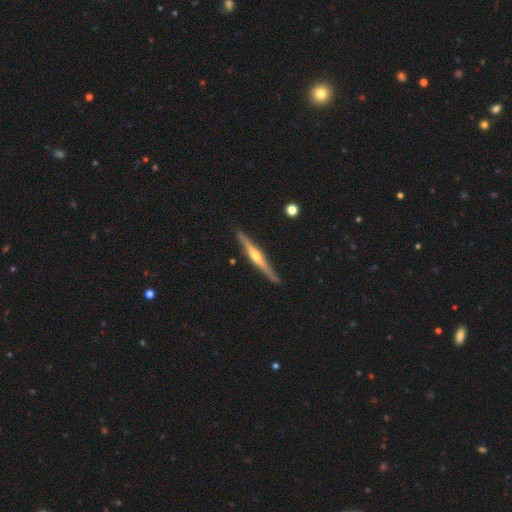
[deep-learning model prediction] This appears to be a featured or disk galaxy (77%) viewed edge-on (98%) with a rounded central bulge (84%). Merging: none (88%).